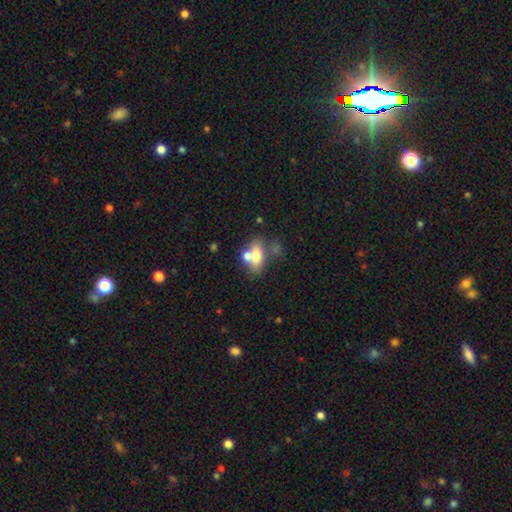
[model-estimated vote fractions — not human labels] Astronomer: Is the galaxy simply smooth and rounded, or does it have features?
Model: smooth — 64%.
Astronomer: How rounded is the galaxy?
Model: in between — 75%.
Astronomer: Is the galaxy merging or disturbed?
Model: none — 41% (runner-up: merger, 38%).